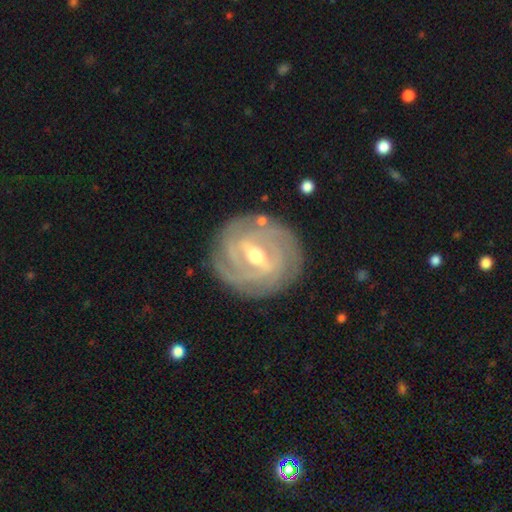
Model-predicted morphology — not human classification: smooth-or-featured: featured or disk: 88% | smooth: 7% | star or artifact: 5%
  disk-edge-on: no: 96% | yes: 4%
    bar: strong: 49% | weak: 41% | no: 10%
    has-spiral-arms: yes: 95% | no: 5%
      spiral-winding: tight: 76% | medium: 20% | loose: 4%
      spiral-arm-count: 3: 29% | can't tell: 23% | 2: 20% | 4: 17% | more than 4: 6% | 1: 5%
    bulge-size: moderate: 64% | small: 32% | large: 3% | none: 1% | dominant: 1%
  merging: none: 84% | minor disturbance: 11% | major disturbance: 3% | merger: 2%